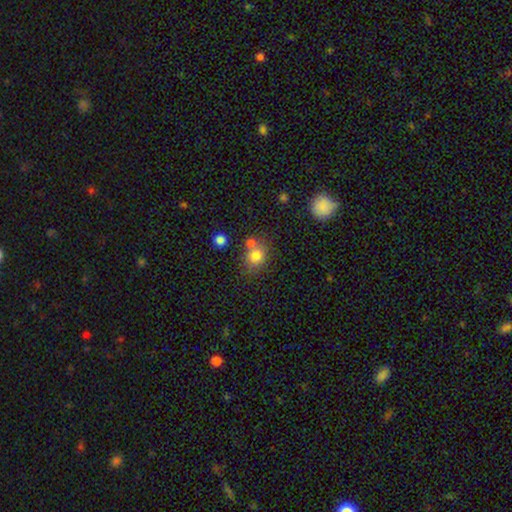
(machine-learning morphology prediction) This appears to be a smooth galaxy with no disk features (78%) that is round (71%). Merging: none (57%).